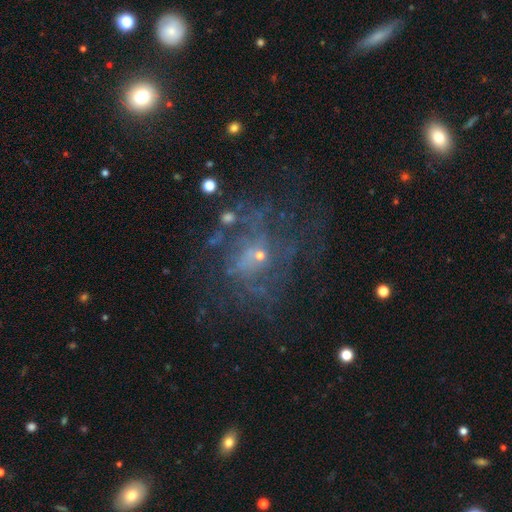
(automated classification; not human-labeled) smooth_or_featured: featured or disk (p=0.65) [alt: star or artifact p=0.19]
disk_edge_on: no (p=0.97) [alt: yes p=0.03]
bar: no (p=0.78) [alt: weak p=0.19]
has_spiral_arms: yes (p=0.62) [alt: no p=0.38]
bulge_size: small (p=0.72) [alt: moderate p=0.16]
merging: none (p=0.55) [alt: major disturbance p=0.24]